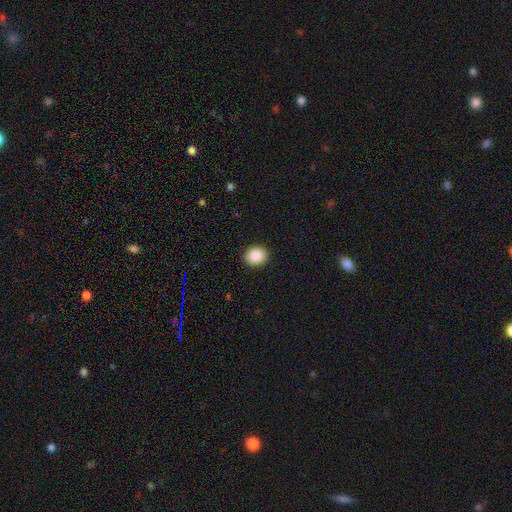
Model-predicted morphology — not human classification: Smooth or featured?
  - smooth: 89% *
  - star or artifact: 8%
  - featured or disk: 3%
How rounded?
  - round: 69% *
  - in between: 30%
  - cigar-shaped: 1%
Merging?
  - none: 91% *
  - minor disturbance: 6%
  - major disturbance: 2%
  - merger: 1%